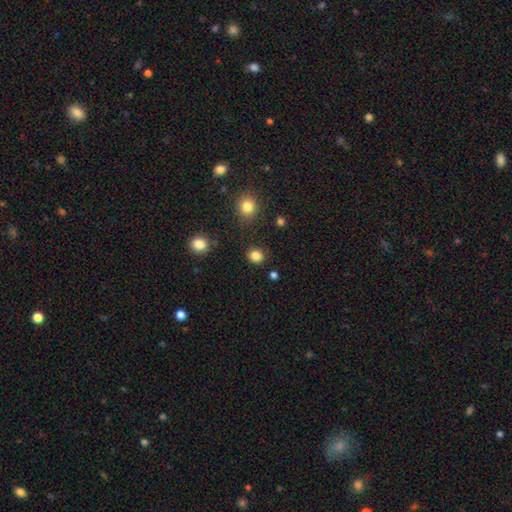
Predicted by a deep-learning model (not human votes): Smooth or featured? Predicted: smooth (p=0.84). How rounded? Predicted: round (p=0.82). Merging? Predicted: none (p=0.88).